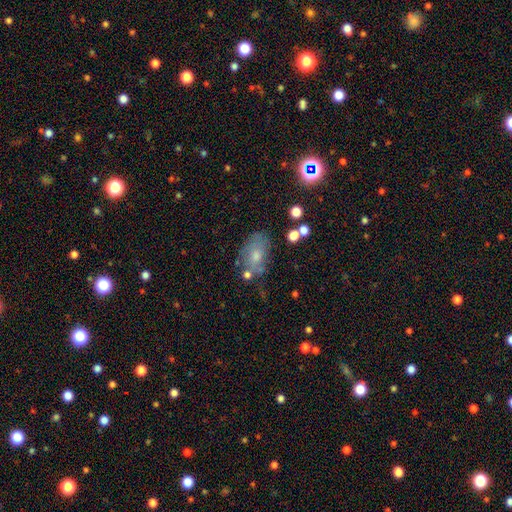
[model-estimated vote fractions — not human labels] smooth_or_featured: smooth (p=0.59) [alt: featured or disk p=0.28]
how_rounded: in between (p=0.85) [alt: round p=0.12]
merging: none (p=0.56) [alt: minor disturbance p=0.23]